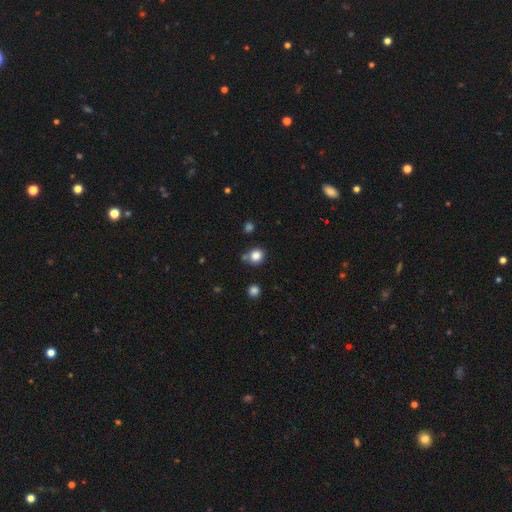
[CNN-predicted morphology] Smooth or featured? Predicted: smooth (p=0.84). How rounded? Predicted: round (p=0.82). Merging? Predicted: none (p=0.71).